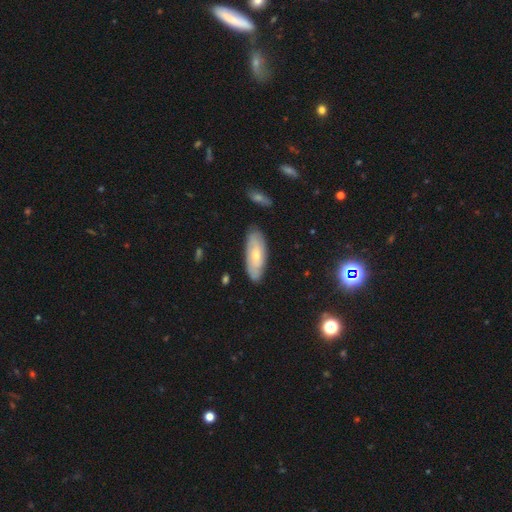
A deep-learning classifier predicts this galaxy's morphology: A featured or disk galaxy (53%). Merging: none (81%).